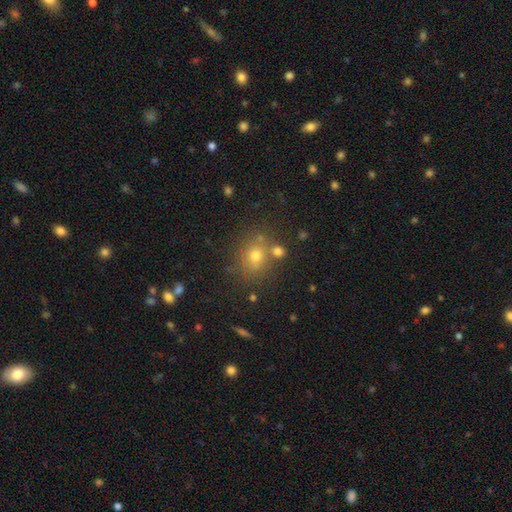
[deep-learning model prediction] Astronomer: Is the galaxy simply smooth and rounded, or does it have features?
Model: smooth — 66%.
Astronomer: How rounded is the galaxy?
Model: round — 73%.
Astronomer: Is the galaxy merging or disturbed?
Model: none — 71%.